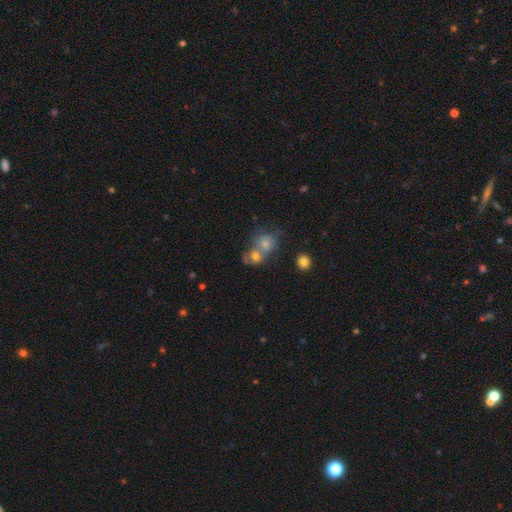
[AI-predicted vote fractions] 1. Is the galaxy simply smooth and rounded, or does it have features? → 59% smooth, 21% featured or disk, 20% star or artifact.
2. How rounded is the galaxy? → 72% round, 26% in between, 2% cigar-shaped.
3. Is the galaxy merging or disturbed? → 54% merger, 32% none, 8% minor disturbance, 5% major disturbance.